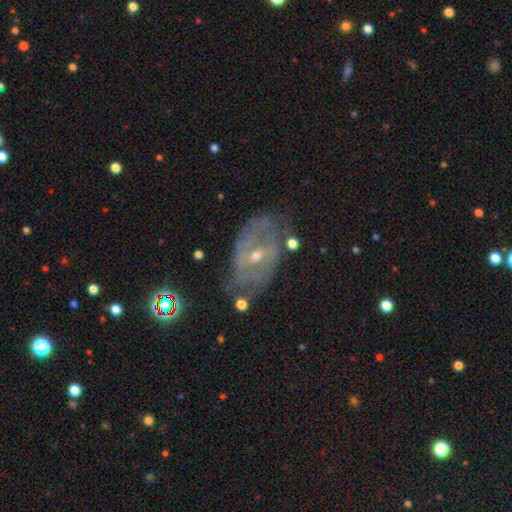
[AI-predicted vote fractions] Smooth or featured? featured or disk (77%)
Edge-on disk? no (94%)
Bar? weak (47%)
Spiral arms? yes (76%)
Spiral winding? tight (45%)
Spiral arm count? 2 (43%)
Bulge size? small (57%)
Merging? none (56%)